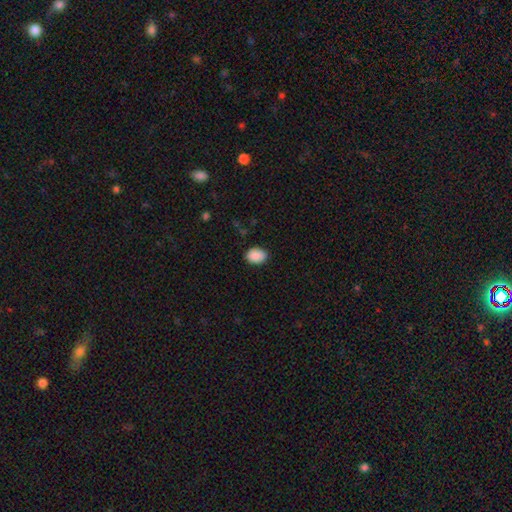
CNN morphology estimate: smooth 90%, star or artifact 7%, featured or disk 3%. Down the decision tree: how rounded — in between (73%); merging — none (86%).